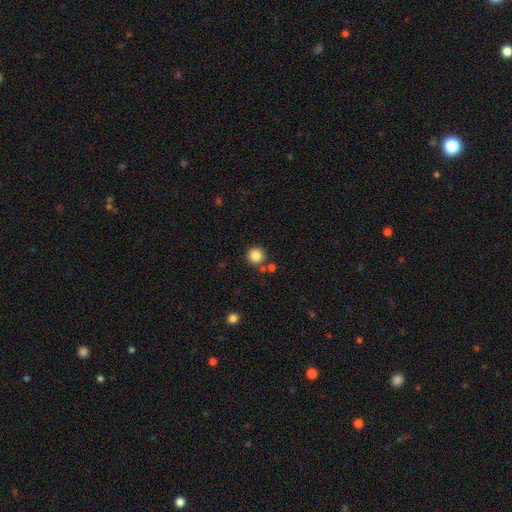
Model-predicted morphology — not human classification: type=smooth (85%); roundness=round (95%); merging=none (79%).